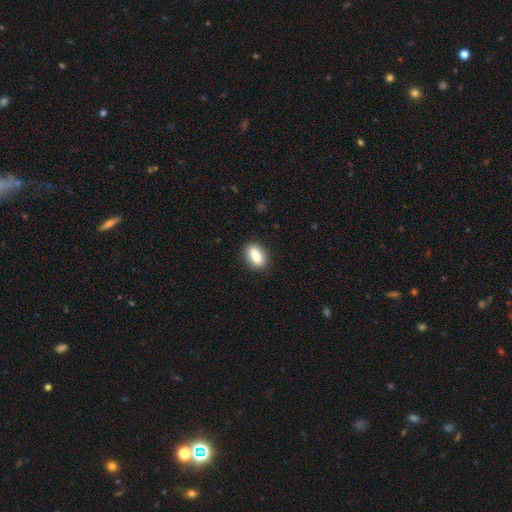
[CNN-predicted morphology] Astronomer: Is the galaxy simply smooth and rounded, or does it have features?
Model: smooth — 85%.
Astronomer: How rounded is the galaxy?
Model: in between — 86%.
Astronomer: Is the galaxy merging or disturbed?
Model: none — 89%.